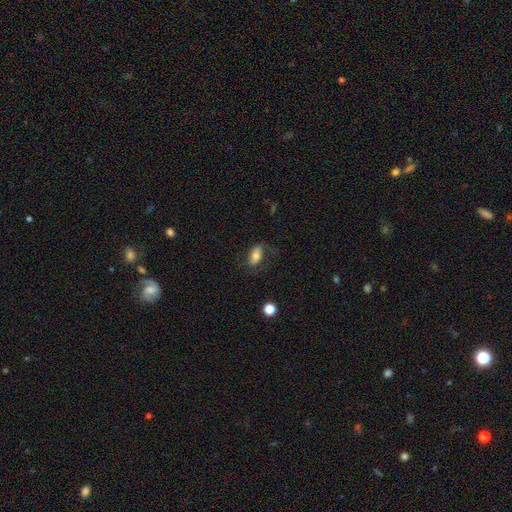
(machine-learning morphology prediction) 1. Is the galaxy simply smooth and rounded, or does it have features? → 64% smooth, 27% featured or disk, 9% star or artifact.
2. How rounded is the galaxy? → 88% in between, 7% round, 5% cigar-shaped.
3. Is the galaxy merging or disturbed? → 60% none, 22% minor disturbance, 16% major disturbance, 2% merger.